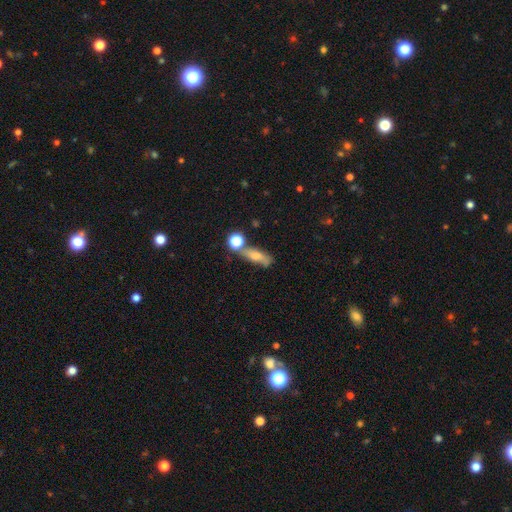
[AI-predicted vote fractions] Overall: smooth (63%; featured or disk 25%). How rounded: in between (47%; cigar-shaped 41%). Merging: none (55%; merger 19%).